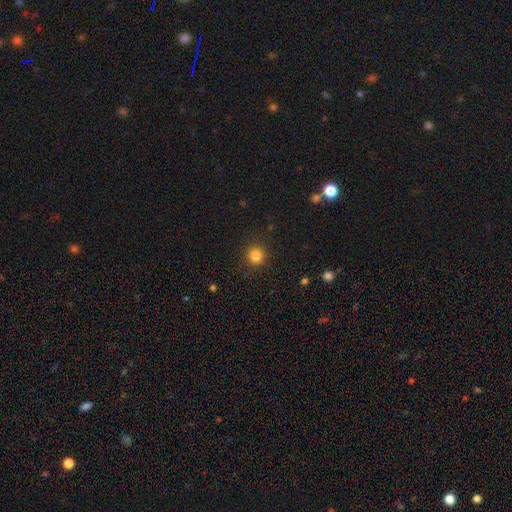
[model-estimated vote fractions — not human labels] smooth-or-featured: smooth: 83% | star or artifact: 13% | featured or disk: 4%
  how-rounded: round: 92% | in between: 7% | cigar-shaped: 1%
  merging: none: 90% | minor disturbance: 7% | major disturbance: 3% | merger: 1%